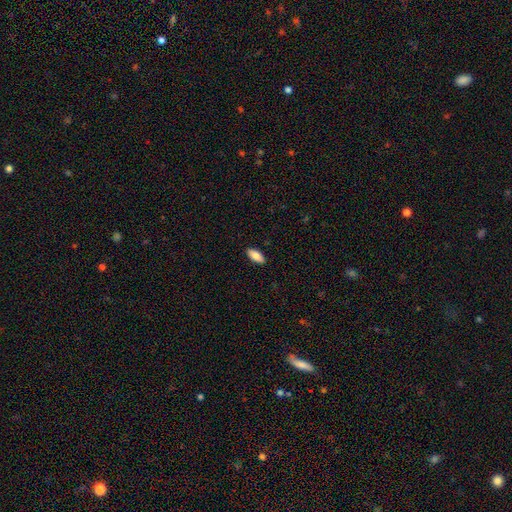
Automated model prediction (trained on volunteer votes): Overall: smooth (83%). How rounded: in between (85%). Merging: none (90%).